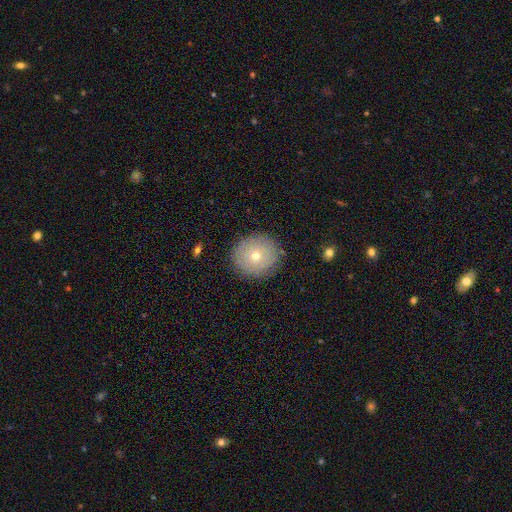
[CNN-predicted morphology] A smooth galaxy with no disk features (63%) that is round (89%). Merging: none (88%).